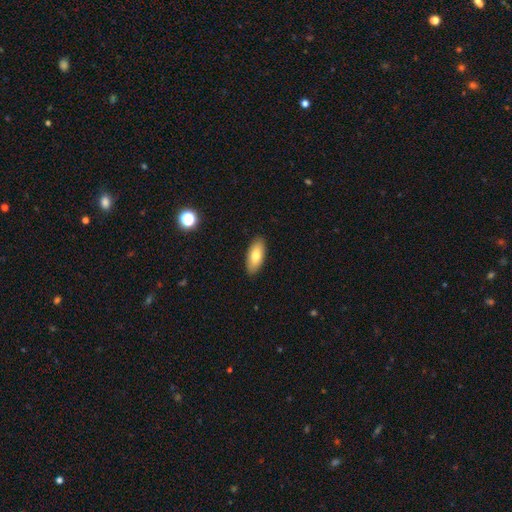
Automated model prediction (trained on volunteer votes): This appears to be a smooth galaxy with no disk features (78%) that is in between round and cigar-shaped (85%). Merging: none (89%).